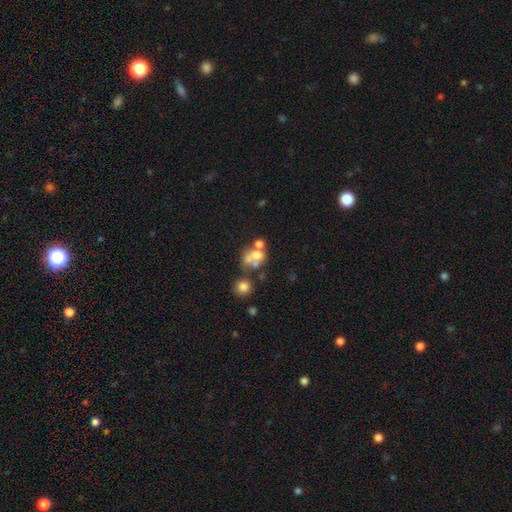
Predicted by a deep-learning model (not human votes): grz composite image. It shows a smooth galaxy with no disk features (53%) that is round (63%). Merging: merger (51%).